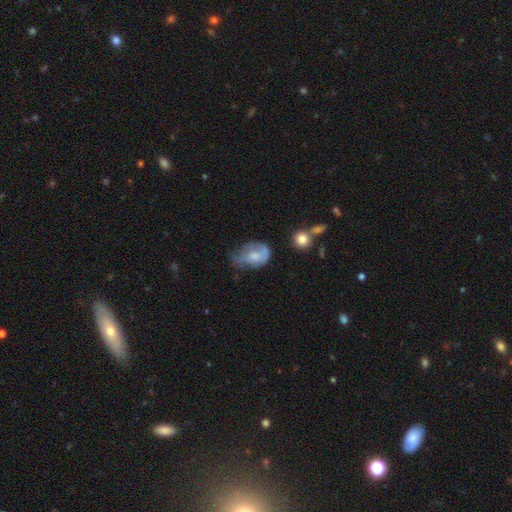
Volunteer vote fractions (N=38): Smooth or featured? smooth (63%)
How rounded? in between (75%)
Merging? minor disturbance (42%)